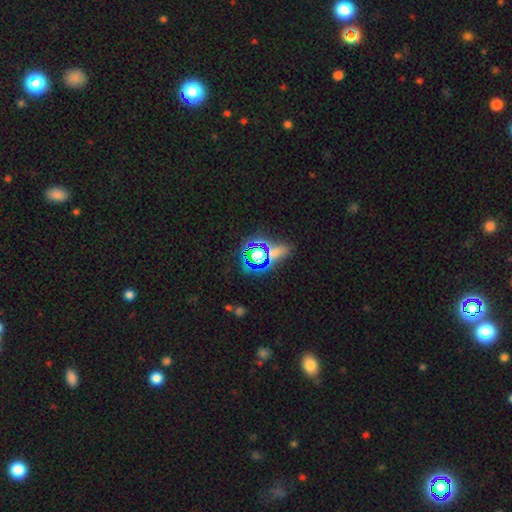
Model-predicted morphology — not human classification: Overall: star or artifact (59%; smooth 27%).